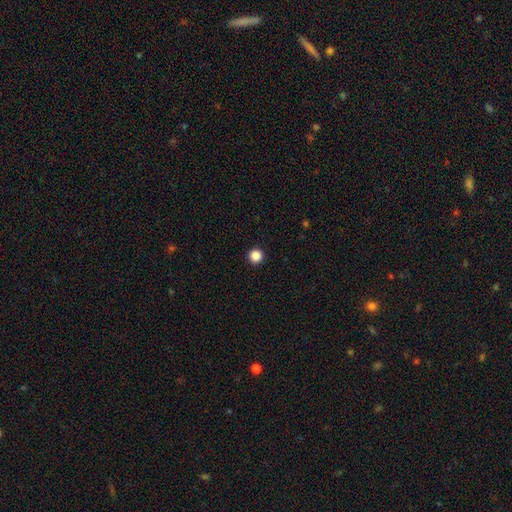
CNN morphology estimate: Q: Smooth or featured?
A: smooth (87%); runner-up: star or artifact (11%)
Q: How rounded?
A: round (97%); runner-up: in between (2%)
Q: Merging?
A: none (94%); runner-up: minor disturbance (4%)